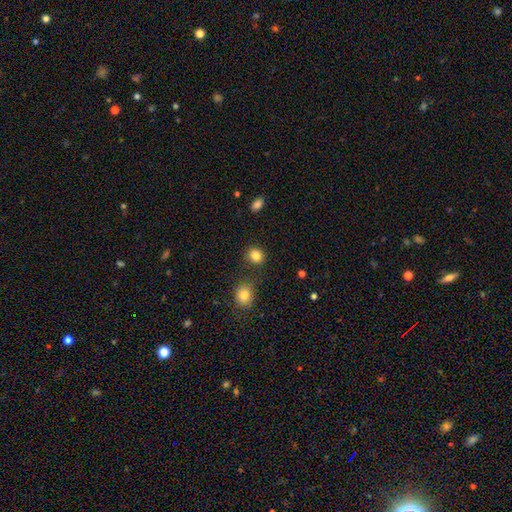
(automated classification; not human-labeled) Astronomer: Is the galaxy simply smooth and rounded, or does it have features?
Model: smooth — 85%.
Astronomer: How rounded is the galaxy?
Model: round — 76%.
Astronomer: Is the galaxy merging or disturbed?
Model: none — 81%.